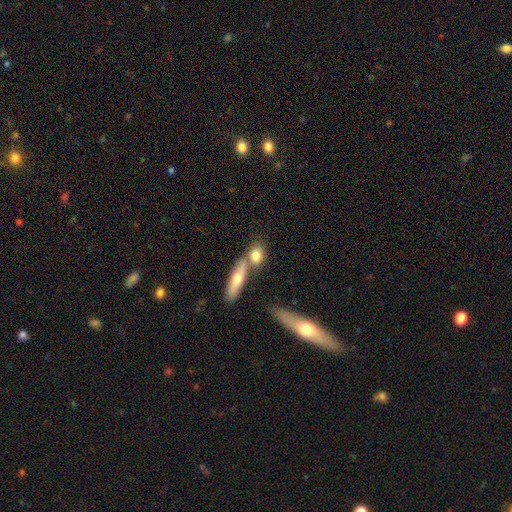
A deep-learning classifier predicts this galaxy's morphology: Smooth or featured? smooth (75%)
How rounded? in between (50%)
Merging? none (47%)